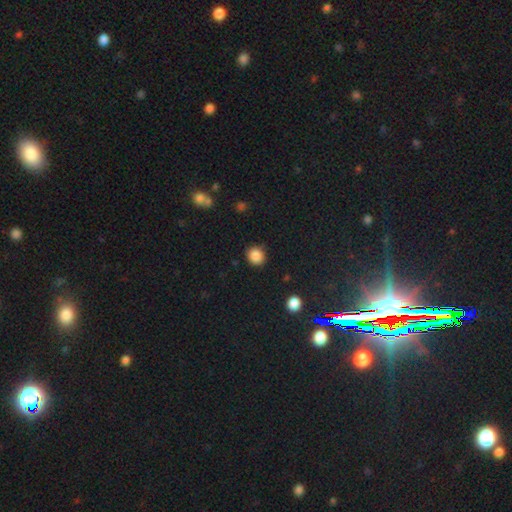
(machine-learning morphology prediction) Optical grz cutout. It shows a smooth galaxy with no disk features (87%) that is round (82%). Merging: none (86%).